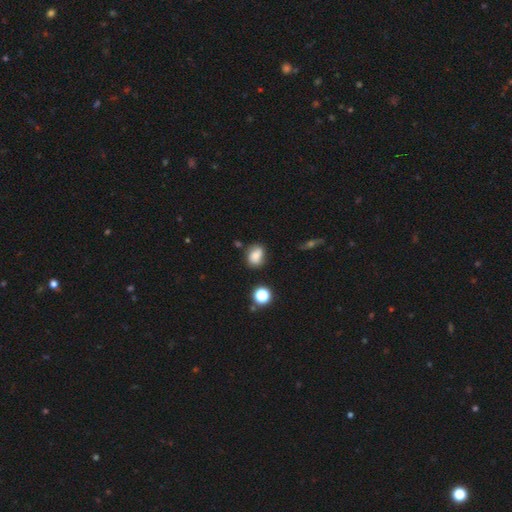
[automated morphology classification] This appears to be a smooth galaxy with no disk features (71%) that is in between round and cigar-shaped (63%). Merging: none (66%).